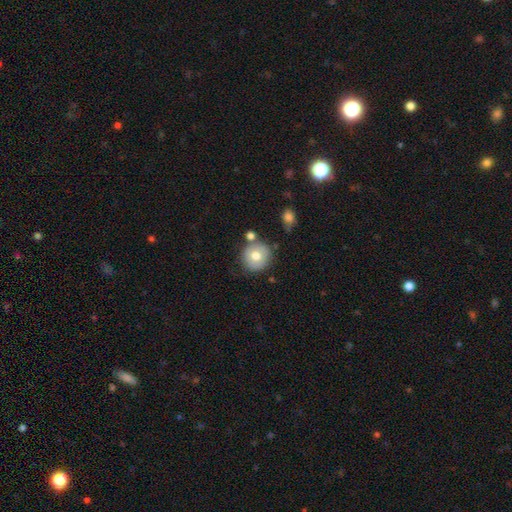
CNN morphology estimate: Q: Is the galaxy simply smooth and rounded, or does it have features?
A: smooth — 70%.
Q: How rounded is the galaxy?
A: round — 91%.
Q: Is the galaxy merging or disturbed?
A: none — 72%.